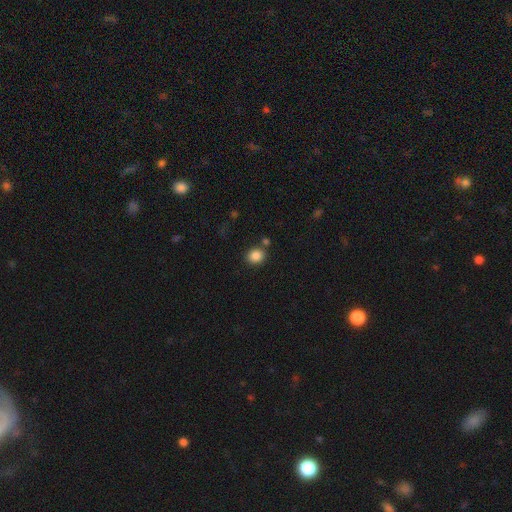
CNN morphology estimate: This appears to be a smooth galaxy with no disk features (86%) that is round (74%). Merging: none (78%).